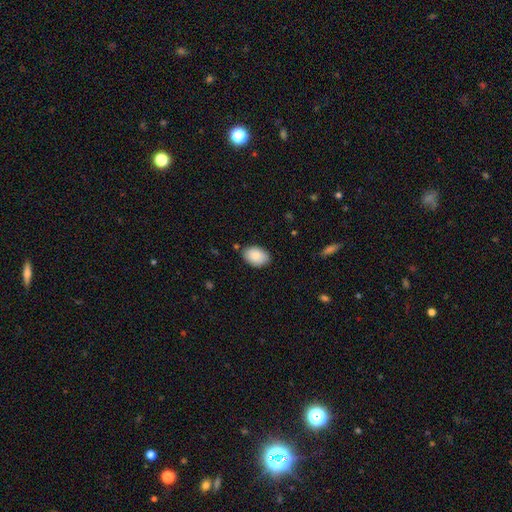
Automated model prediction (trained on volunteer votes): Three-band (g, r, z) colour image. It shows a smooth galaxy with no disk features (85%) that is in between round and cigar-shaped (87%). Merging: none (84%).